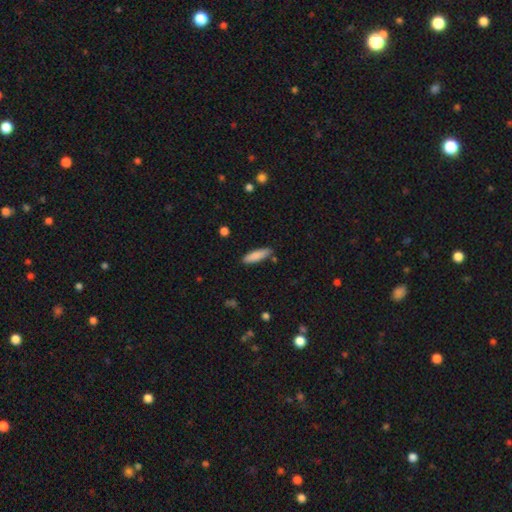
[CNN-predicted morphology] Q: Smooth or featured?
A: smooth (86%); runner-up: featured or disk (8%)
Q: How rounded?
A: cigar-shaped (63%); runner-up: in between (35%)
Q: Merging?
A: none (84%); runner-up: minor disturbance (11%)